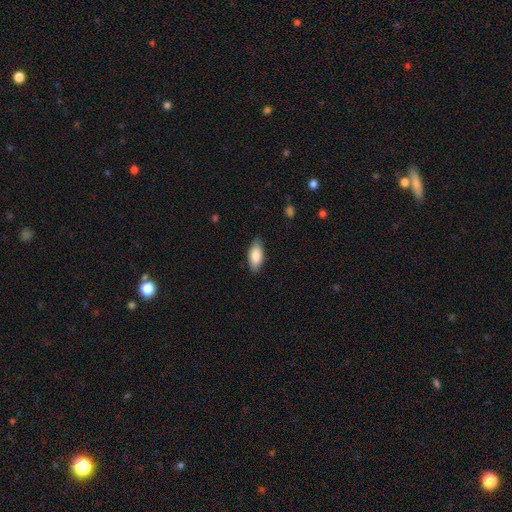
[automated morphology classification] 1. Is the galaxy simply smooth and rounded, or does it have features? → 85% smooth, 10% featured or disk, 6% star or artifact.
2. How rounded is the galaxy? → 87% in between, 11% cigar-shaped, 2% round.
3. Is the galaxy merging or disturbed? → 85% none, 12% minor disturbance, 2% major disturbance, 1% merger.